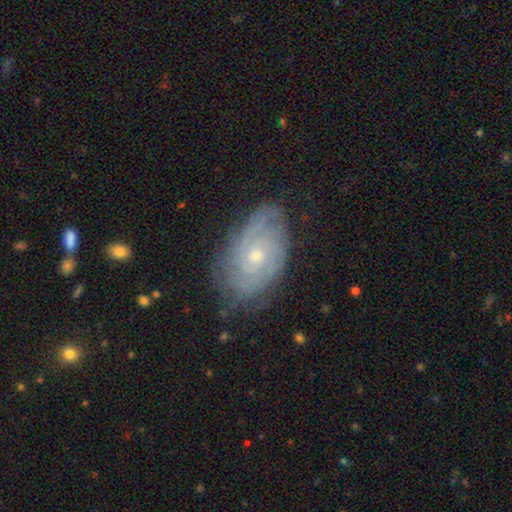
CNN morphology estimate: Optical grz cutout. It shows a featured or disk galaxy (79%) with no bar (75%), tight (73%) spiral arms (92%) and a small central bulge (57%). Merging: none (74%).